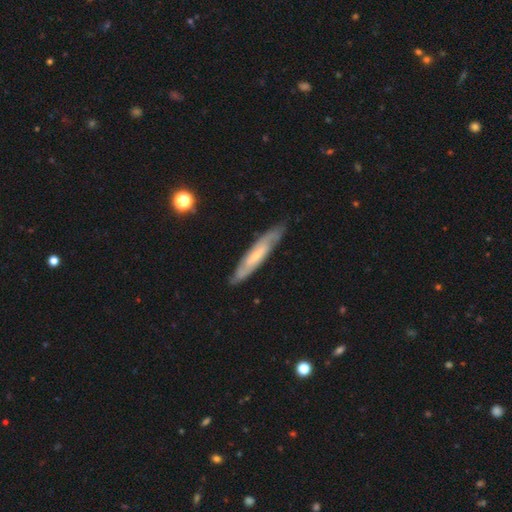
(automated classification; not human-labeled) This appears to be a featured or disk galaxy (63%) viewed edge-on (51%). Merging: none (82%).